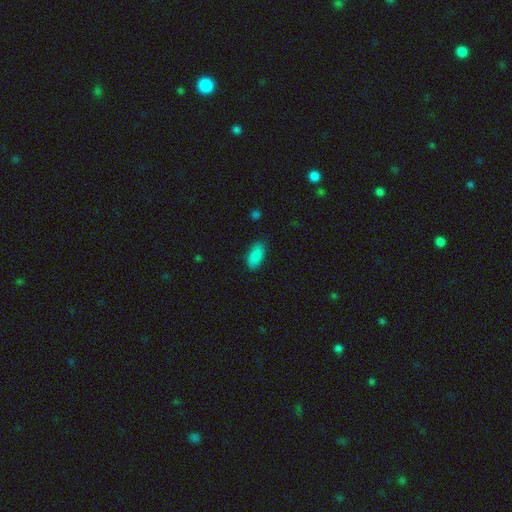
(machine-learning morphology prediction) This is clearly a smooth galaxy (89%). How rounded: clearly in between (89%). Merging: clearly none (85%).